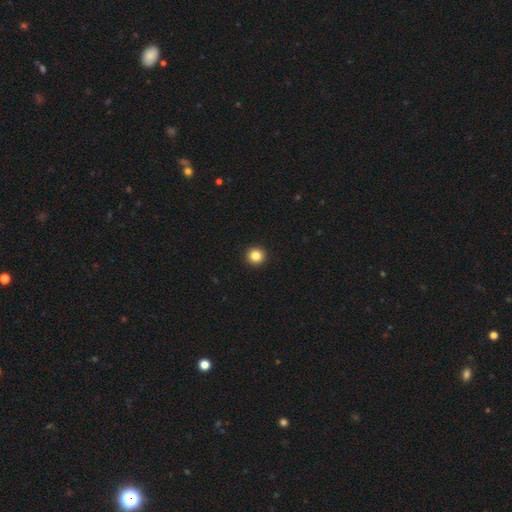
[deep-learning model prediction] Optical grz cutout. It shows a smooth galaxy with no disk features (84%) that is round (95%). Merging: none (94%).